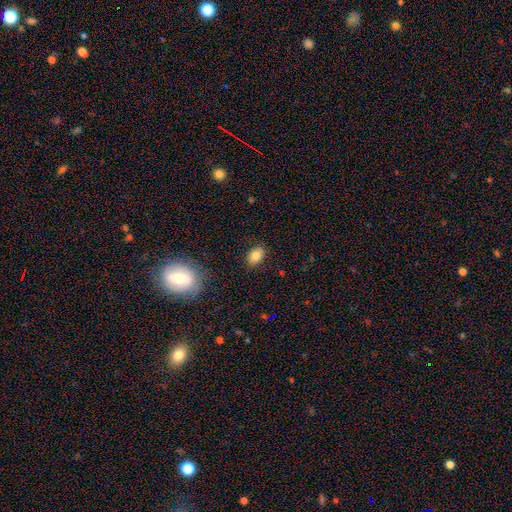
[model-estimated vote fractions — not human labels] Smooth or featured? smooth (80%)
How rounded? in between (75%)
Merging? none (86%)